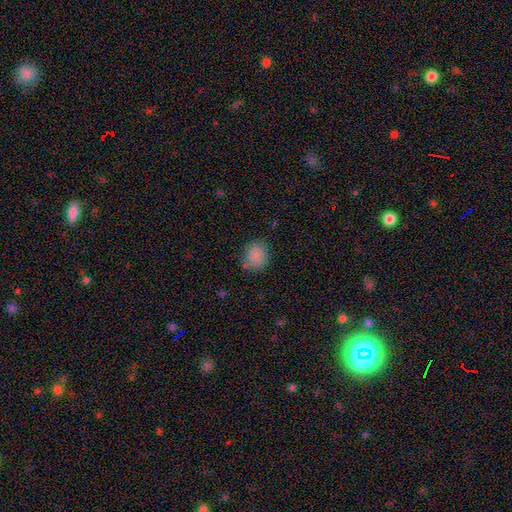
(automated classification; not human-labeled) Smooth or featured?
  - smooth: 85% *
  - star or artifact: 10%
  - featured or disk: 5%
How rounded?
  - round: 70% *
  - in between: 29%
  - cigar-shaped: 1%
Merging?
  - none: 78% *
  - minor disturbance: 16%
  - major disturbance: 4%
  - merger: 2%